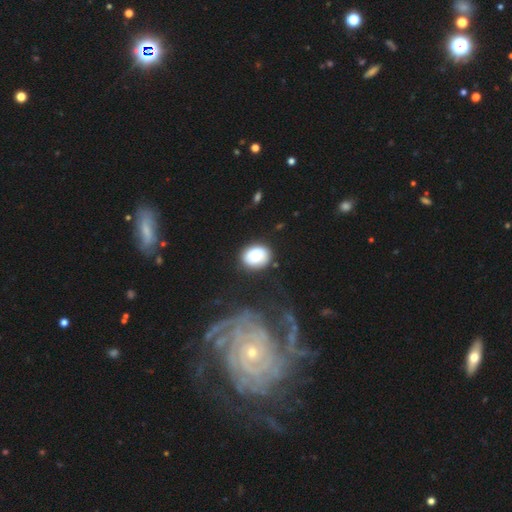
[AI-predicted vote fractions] The model was most divided on "how rounded": round: 50%, in between: 49%, cigar-shaped: 1%. More confident: merging — none (75%); smooth or featured — smooth (74%).